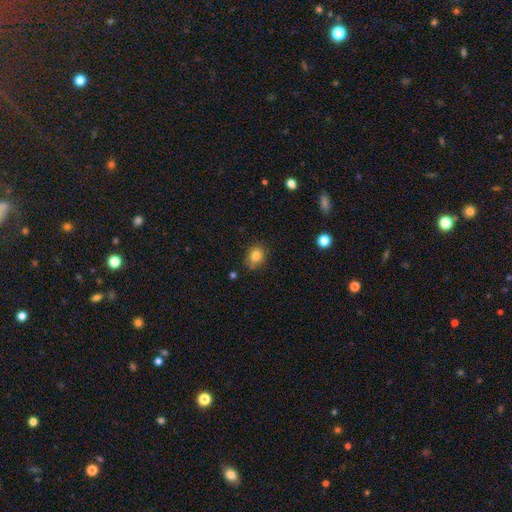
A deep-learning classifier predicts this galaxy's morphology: smooth_or_featured: smooth (p=0.82) [alt: star or artifact p=0.12]
how_rounded: round (p=0.63) [alt: in between p=0.36]
merging: none (p=0.77) [alt: minor disturbance p=0.17]